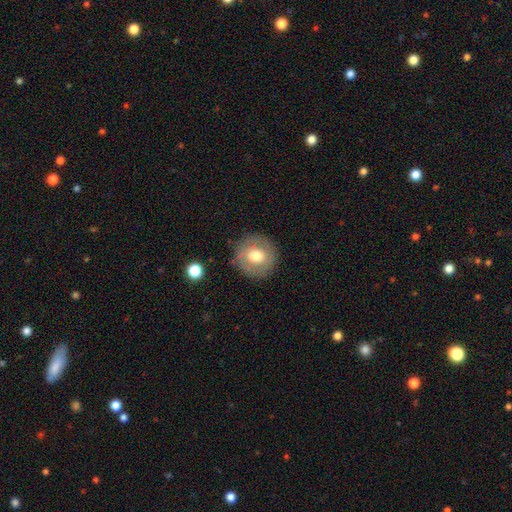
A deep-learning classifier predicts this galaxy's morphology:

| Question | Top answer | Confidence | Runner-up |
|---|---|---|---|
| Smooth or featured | smooth | 66% | featured or disk (26%) |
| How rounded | round | 93% | in between (6%) |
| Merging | none | 85% | minor disturbance (10%) |